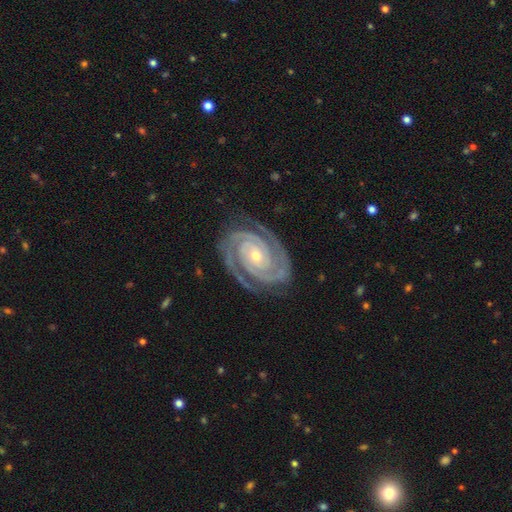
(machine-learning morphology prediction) Overall: featured or disk (94%). Edge-on disk: no (98%). Bar: no (65%). Spiral arms: yes (99%). Spiral arm count: 2 (86%). Spiral winding: tight (80%). Bulge size: small (62%; moderate 35%). Merging: none (82%).